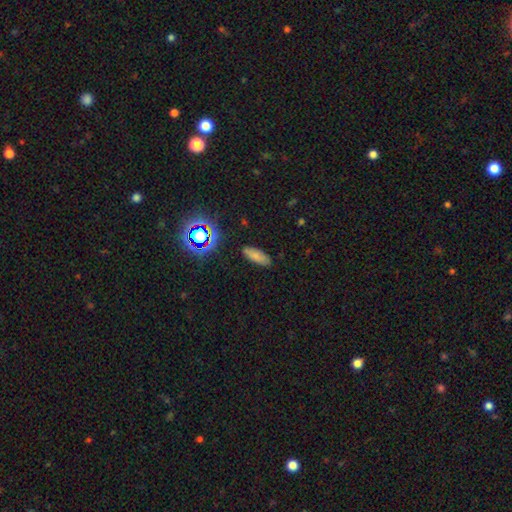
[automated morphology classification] A smooth galaxy with no disk features (76%) that is in between round and cigar-shaped (71%). Merging: none (85%).